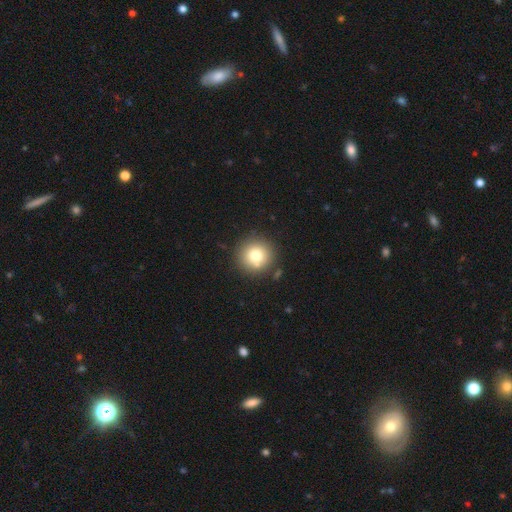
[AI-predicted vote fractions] This is likely a smooth galaxy (78%). How rounded: clearly round (94%). Merging: clearly none (85%).